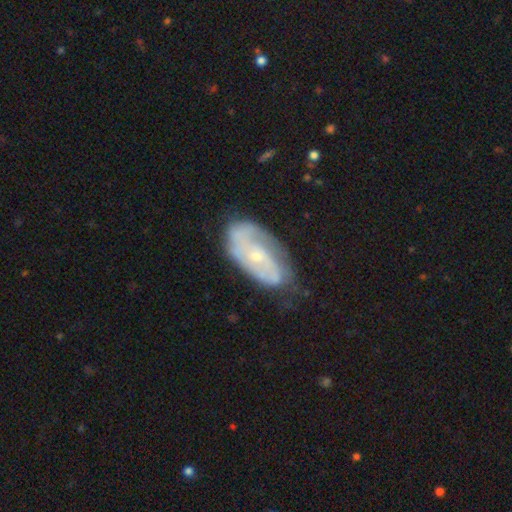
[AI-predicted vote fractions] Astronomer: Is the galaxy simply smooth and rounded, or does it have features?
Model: featured or disk — 73%.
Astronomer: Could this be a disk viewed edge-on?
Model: no — 94%.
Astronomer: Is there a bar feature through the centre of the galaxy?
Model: no — 68%.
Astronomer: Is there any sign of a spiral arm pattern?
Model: yes — 82%.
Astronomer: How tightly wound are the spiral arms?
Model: tight — 47% (runner-up: medium, 36%).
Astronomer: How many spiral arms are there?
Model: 2 — 46% (runner-up: can't tell, 36%).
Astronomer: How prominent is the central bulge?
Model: small — 70%.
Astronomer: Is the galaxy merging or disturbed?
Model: none — 58%.